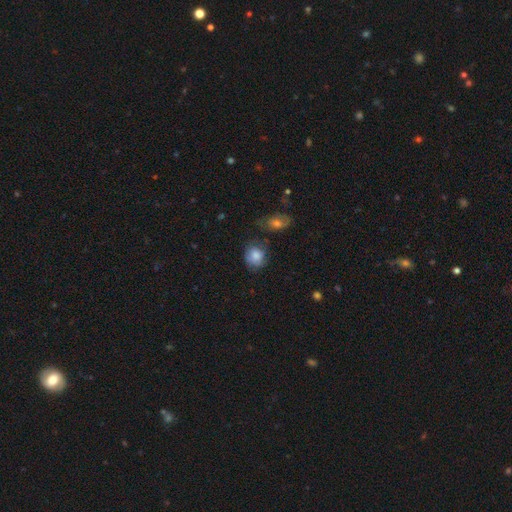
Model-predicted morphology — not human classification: Smooth or featured? Predicted: smooth (p=0.80). How rounded? Predicted: round (p=0.67). Merging? Predicted: none (p=0.59).